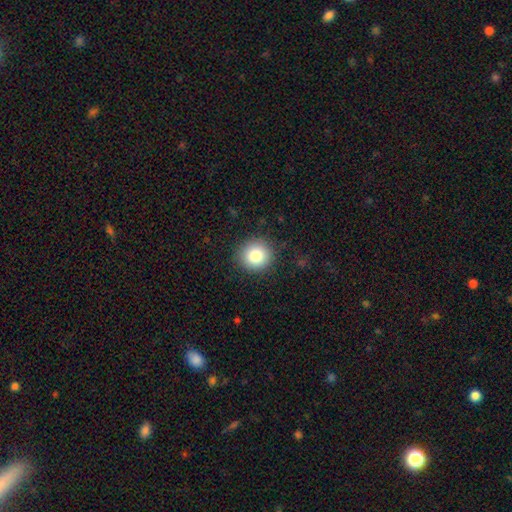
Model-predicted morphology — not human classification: This appears to be a smooth galaxy with no disk features (82%) that is round (92%). Merging: none (89%).